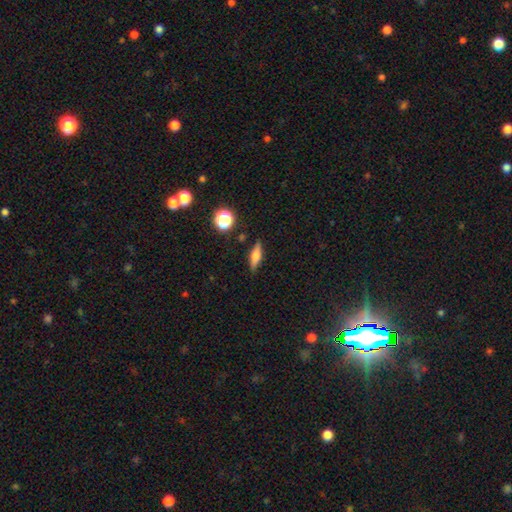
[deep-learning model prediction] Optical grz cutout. It shows a smooth galaxy with no disk features (53%) that is cigar-shaped (57%). Merging: none (85%).